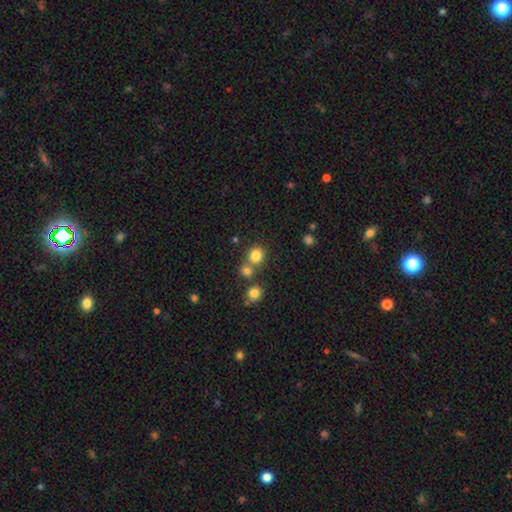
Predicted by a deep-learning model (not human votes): Smooth or featured: smooth — 81% (star or artifact — 13%)
How rounded: round — 85% (in between — 14%)
Merging: none — 61% (merger — 29%)